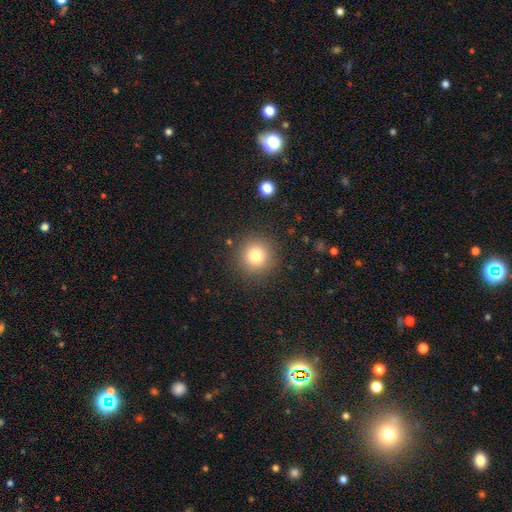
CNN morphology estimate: Smooth or featured?
  - smooth: 79% *
  - star or artifact: 13%
  - featured or disk: 8%
How rounded?
  - round: 94% *
  - in between: 5%
  - cigar-shaped: 1%
Merging?
  - none: 89% *
  - minor disturbance: 7%
  - major disturbance: 3%
  - merger: 1%